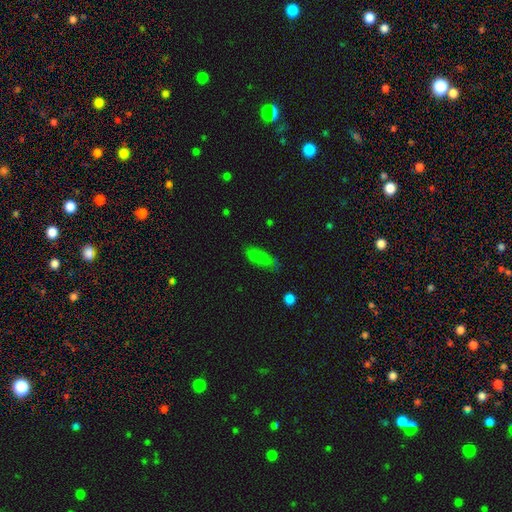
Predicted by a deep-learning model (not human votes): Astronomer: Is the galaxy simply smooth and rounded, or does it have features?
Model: smooth — 80%.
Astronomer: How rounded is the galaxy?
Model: in between — 67%.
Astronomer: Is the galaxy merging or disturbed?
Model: none — 64%.